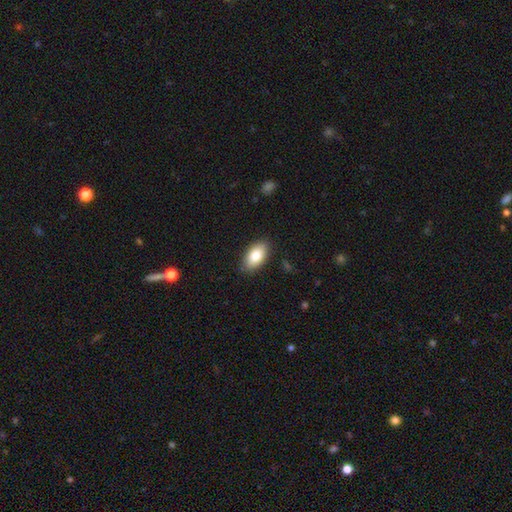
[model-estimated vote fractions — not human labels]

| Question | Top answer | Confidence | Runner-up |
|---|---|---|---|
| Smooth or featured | smooth | 81% | featured or disk (13%) |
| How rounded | in between | 93% | round (4%) |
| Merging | none | 86% | minor disturbance (10%) |